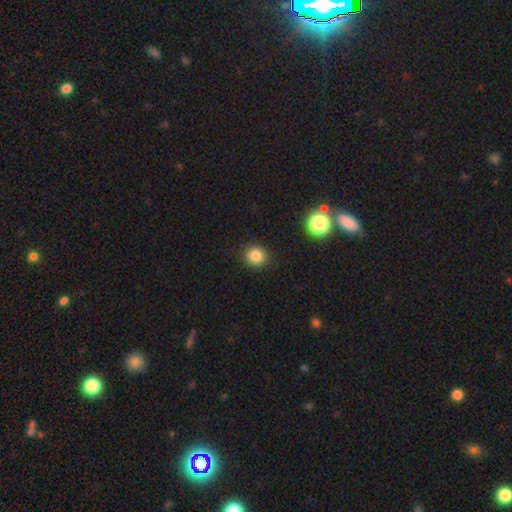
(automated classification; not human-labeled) This is clearly a smooth galaxy (83%). How rounded: clearly round (90%). Merging: clearly none (90%).